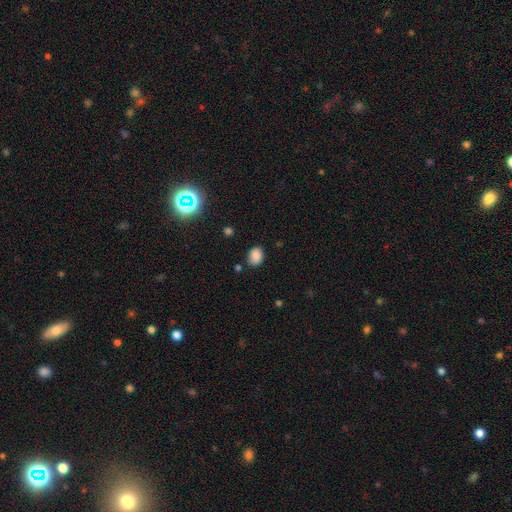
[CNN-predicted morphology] Smooth or featured?
  - smooth: 84% *
  - star or artifact: 11%
  - featured or disk: 5%
How rounded?
  - in between: 66% *
  - round: 33%
  - cigar-shaped: 1%
Merging?
  - none: 83% *
  - minor disturbance: 12%
  - major disturbance: 3%
  - merger: 2%